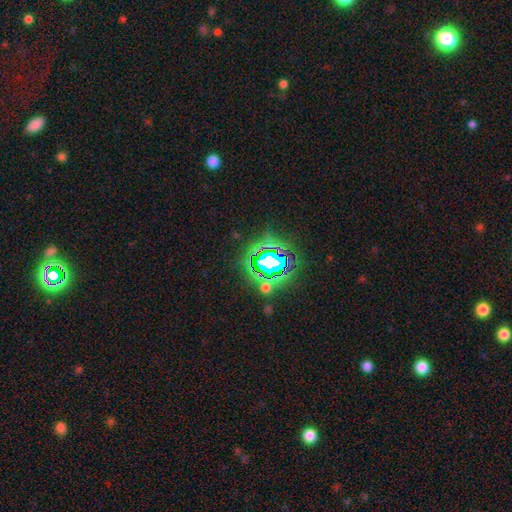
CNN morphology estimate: Q: Smooth or featured?
A: star or artifact (82%); runner-up: smooth (11%)